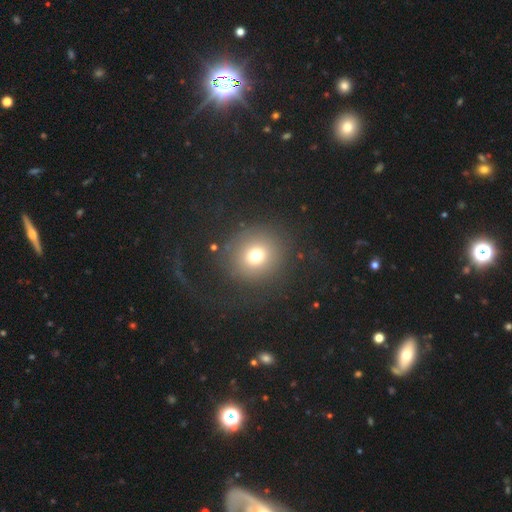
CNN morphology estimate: Smooth or featured? Predicted: smooth (p=0.71). How rounded? Predicted: round (p=0.91). Merging? Predicted: none (p=0.80).